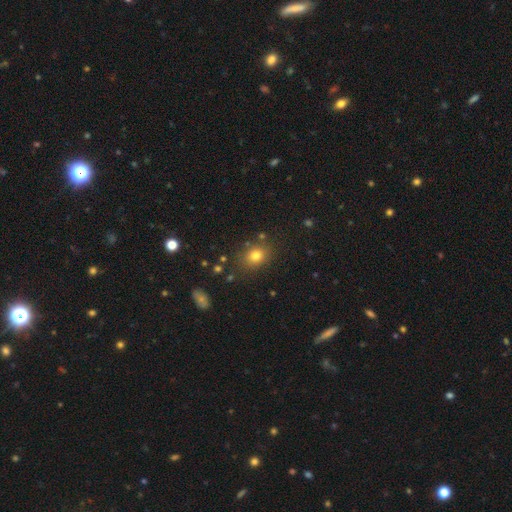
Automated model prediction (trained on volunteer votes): This is likely a smooth galaxy (78%). How rounded: possibly round (53%). Merging: clearly none (81%).